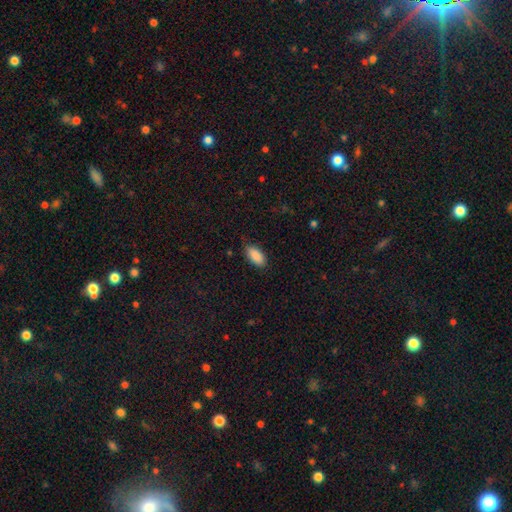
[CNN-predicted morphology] A smooth galaxy with no disk features (89%) that is in between round and cigar-shaped (92%).

Vote fractions:
- Smooth or featured? smooth: 89% / star or artifact: 6% / featured or disk: 4%
- How rounded? in between: 92% / cigar-shaped: 5% / round: 2%
- Merging? none: 80% / minor disturbance: 16% / major disturbance: 3% / merger: 1%